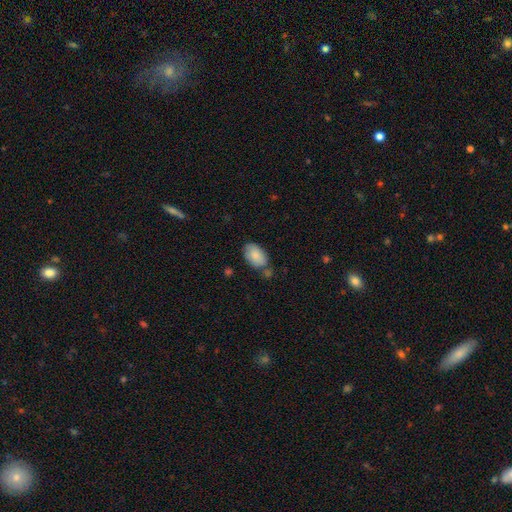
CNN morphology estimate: A smooth galaxy with no disk features (84%) that is in between round and cigar-shaped (91%).

Vote fractions:
- Smooth or featured? smooth: 84% / featured or disk: 10% / star or artifact: 6%
- How rounded? in between: 91% / round: 8% / cigar-shaped: 1%
- Merging? none: 66% / minor disturbance: 20% / merger: 10% / major disturbance: 4%